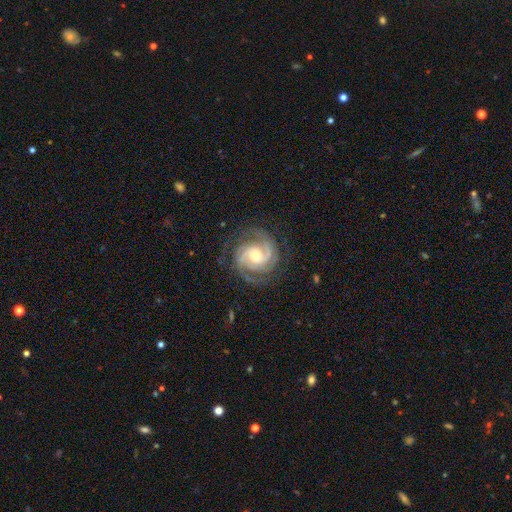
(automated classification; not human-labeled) Overall: featured or disk (91%). Edge-on disk: no (98%). Bar: no (49%; weak 39%). Spiral arms: yes (98%). Spiral arm count: 2 (69%). Spiral winding: tight (54%; medium 40%). Bulge size: moderate (51%; small 39%). Merging: none (78%).